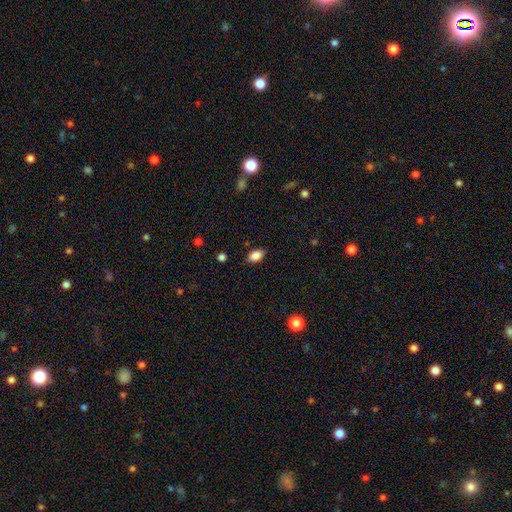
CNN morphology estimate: Smooth or featured? Predicted: smooth (p=0.87). How rounded? Predicted: in between (p=0.90). Merging? Predicted: none (p=0.85).